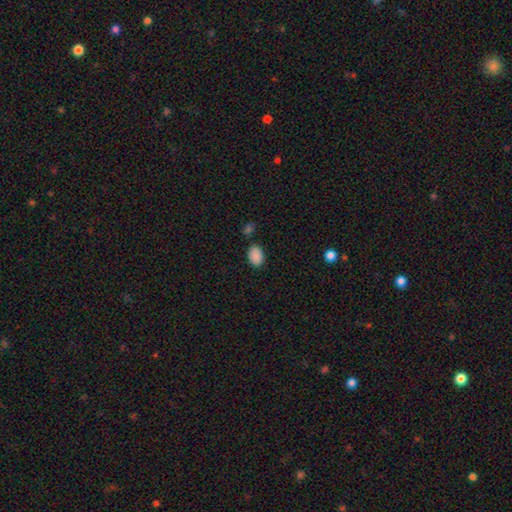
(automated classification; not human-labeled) Smooth or featured?
  - smooth: 88% *
  - star or artifact: 9%
  - featured or disk: 3%
How rounded?
  - in between: 85% *
  - round: 14%
  - cigar-shaped: 1%
Merging?
  - none: 77% *
  - minor disturbance: 13%
  - merger: 6%
  - major disturbance: 3%